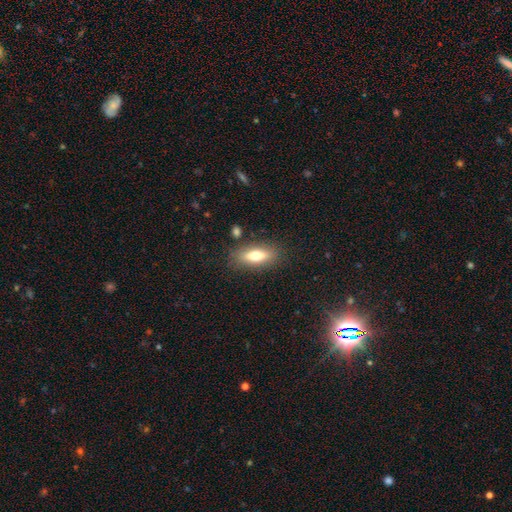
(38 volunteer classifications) Overall: smooth (74%). How rounded: in between (86%). Merging: none (89%).